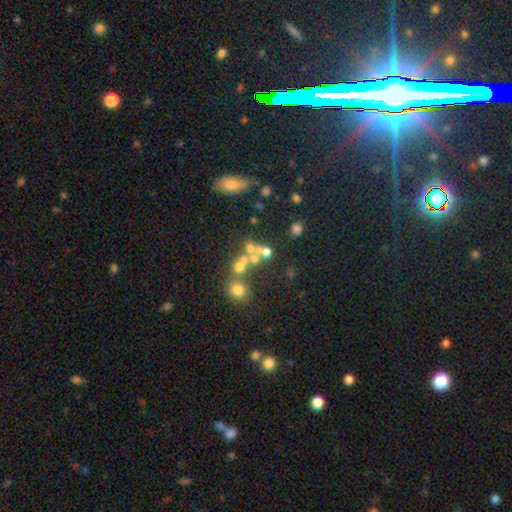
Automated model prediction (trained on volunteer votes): smooth-or-featured: smooth: 46% | featured or disk: 28% | star or artifact: 25%
  merging: none: 42% | merger: 40% | minor disturbance: 10% | major disturbance: 8%